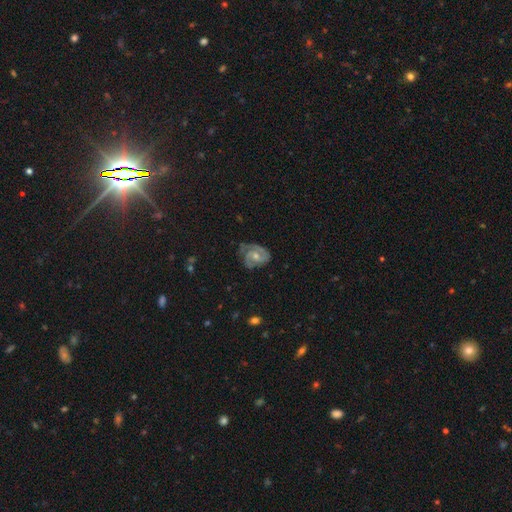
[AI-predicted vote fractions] smooth-or-featured: featured or disk: 82% | smooth: 12% | star or artifact: 6%
  disk-edge-on: no: 98% | yes: 2%
    bar: no: 57% | weak: 36% | strong: 7%
    has-spiral-arms: yes: 95% | no: 5%
      spiral-winding: tight: 49% | medium: 41% | loose: 10%
      spiral-arm-count: 2: 63% | 3: 16% | can't tell: 12% | 1: 6% | 4: 2% | more than 4: 2%
    bulge-size: moderate: 52% | small: 42% | none: 3% | large: 2% | dominant: 1%
  merging: none: 57% | minor disturbance: 27% | major disturbance: 14% | merger: 2%